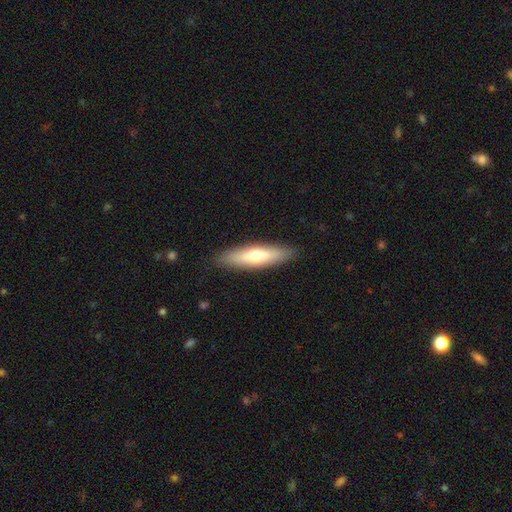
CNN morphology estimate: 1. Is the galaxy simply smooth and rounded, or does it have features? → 60% smooth, 35% featured or disk, 6% star or artifact.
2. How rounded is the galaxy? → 70% cigar-shaped, 29% in between, 2% round.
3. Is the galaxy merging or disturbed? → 88% none, 9% minor disturbance, 2% major disturbance, 1% merger.